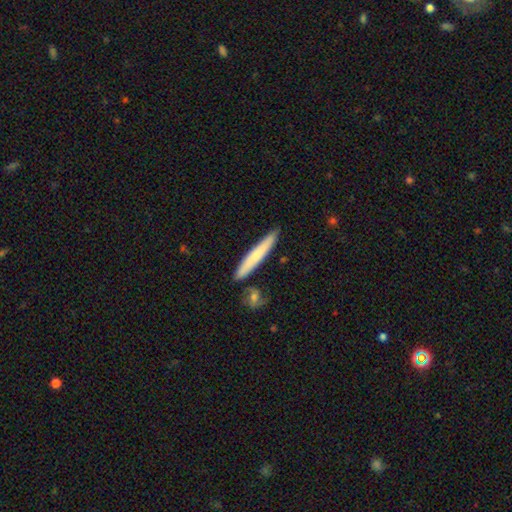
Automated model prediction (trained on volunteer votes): Smooth or featured? Predicted: smooth (p=0.69). How rounded? Predicted: cigar-shaped (p=0.95). Merging? Predicted: none (p=0.83).